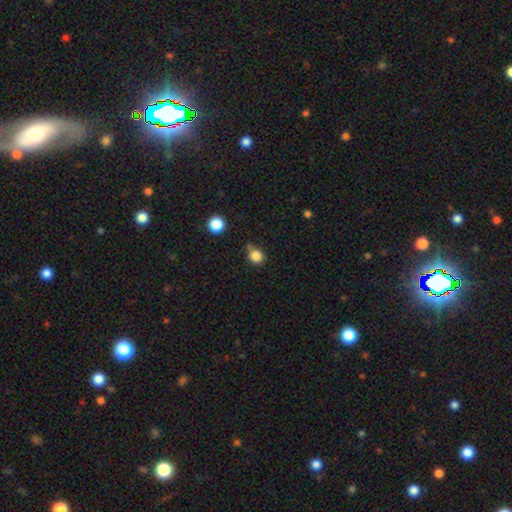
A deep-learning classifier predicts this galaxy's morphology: smooth_or_featured: smooth (p=0.84) [alt: star or artifact p=0.12]
how_rounded: round (p=0.81) [alt: in between p=0.18]
merging: none (p=0.65) [alt: minor disturbance p=0.19]